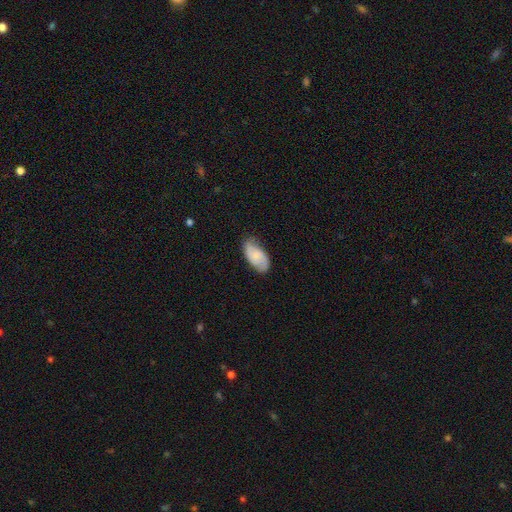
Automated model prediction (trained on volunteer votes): This is possibly a smooth galaxy (56%). How rounded: clearly in between (94%). Merging: likely none (67%).